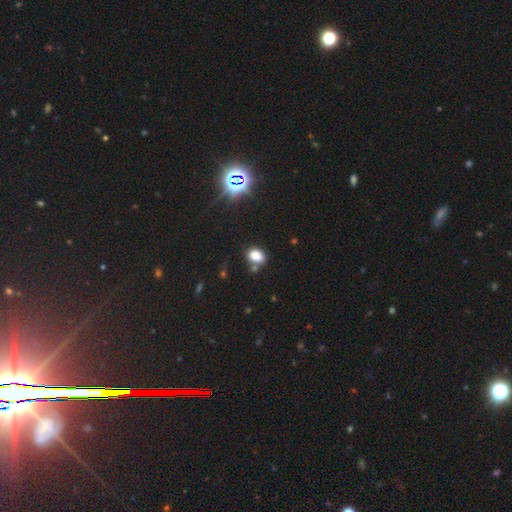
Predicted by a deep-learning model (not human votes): This appears to be a smooth galaxy with no disk features (80%) that is in between round and cigar-shaped (71%). Merging: none (66%).